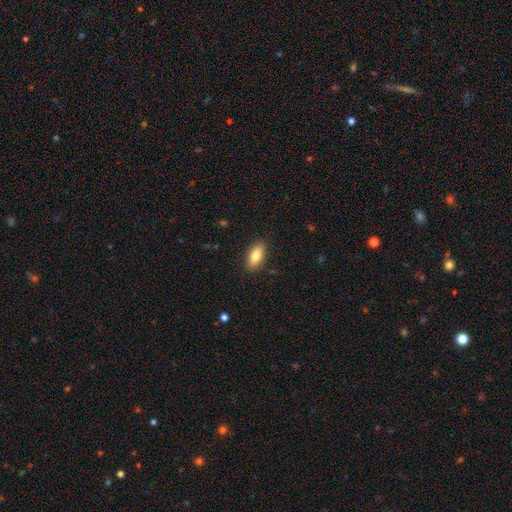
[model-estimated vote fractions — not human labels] Smooth or featured? smooth (81%)
How rounded? in between (82%)
Merging? none (88%)